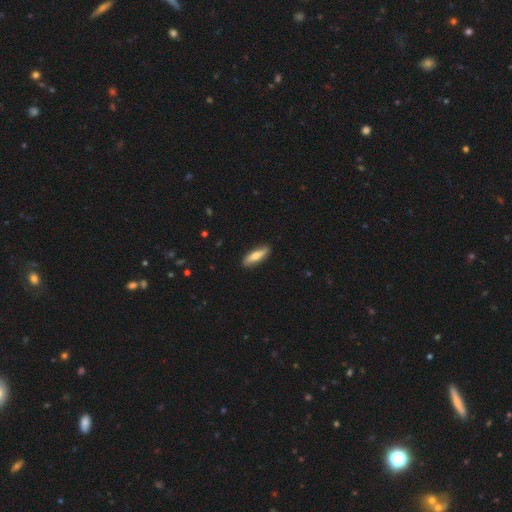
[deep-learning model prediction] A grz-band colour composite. It shows a smooth galaxy with no disk features (62%) that is cigar-shaped (59%). Merging: none (87%).